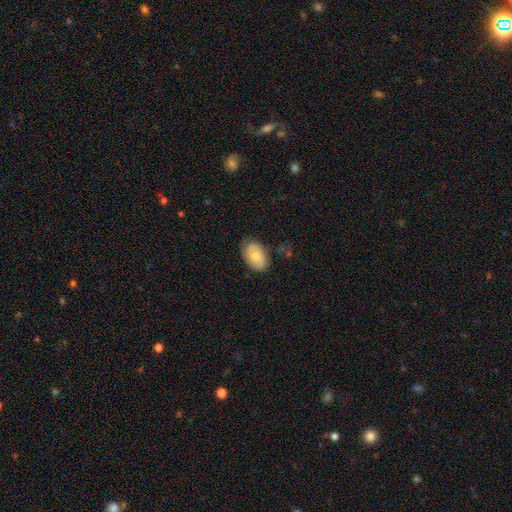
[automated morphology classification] The model was most divided on "smooth or featured": smooth: 71%, featured or disk: 23%, star or artifact: 6%. More confident: how rounded — in between (91%); merging — none (74%).